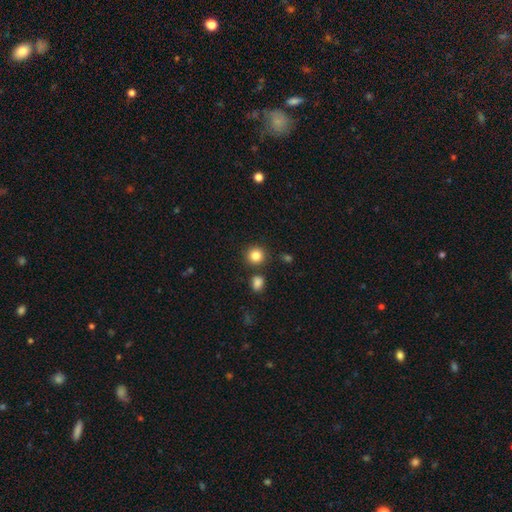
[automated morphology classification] type=smooth (85%); roundness=round (91%); merging=none (84%).